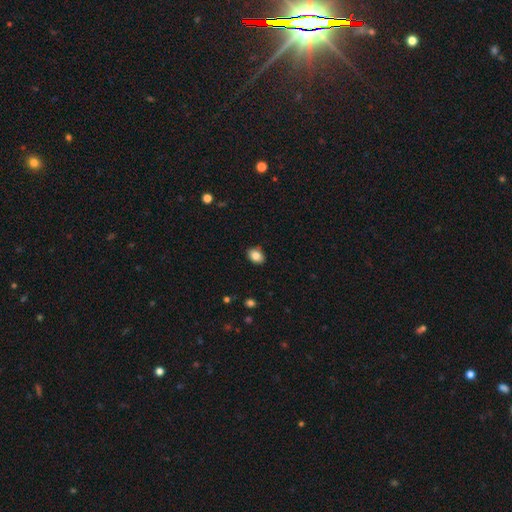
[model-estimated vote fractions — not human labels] Q: Smooth or featured?
A: smooth (85%); runner-up: star or artifact (9%)
Q: How rounded?
A: in between (71%); runner-up: round (28%)
Q: Merging?
A: none (88%); runner-up: minor disturbance (9%)